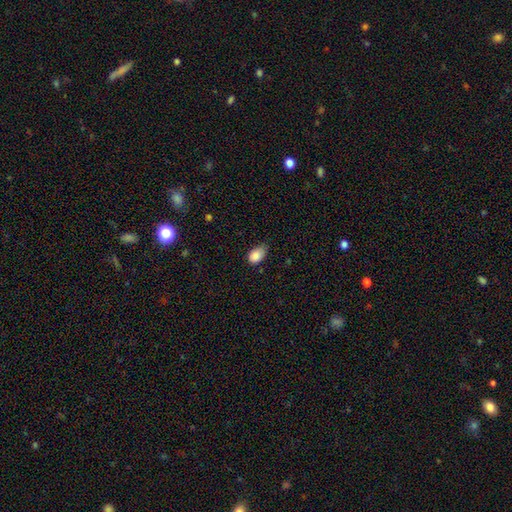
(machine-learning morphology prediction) type=smooth (87%); roundness=in between (86%); merging=none (52%).